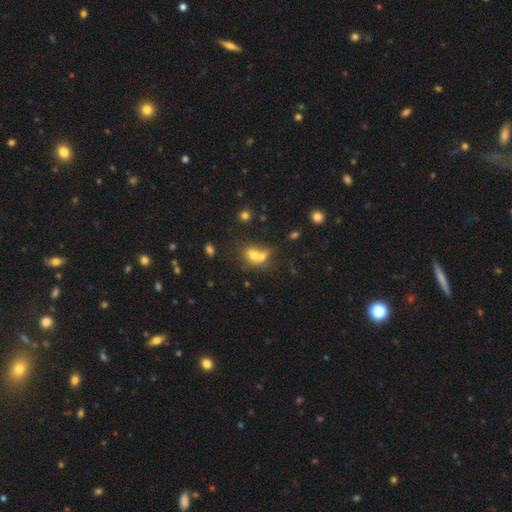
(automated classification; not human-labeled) Morphology: type=smooth (66%); roundness=in between (53%); merging=merger (62%).